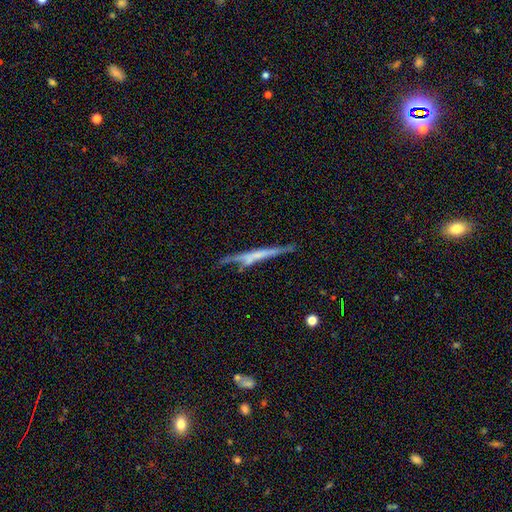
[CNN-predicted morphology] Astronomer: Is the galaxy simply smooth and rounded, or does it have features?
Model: featured or disk — 61%.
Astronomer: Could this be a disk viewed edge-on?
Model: yes — 91%.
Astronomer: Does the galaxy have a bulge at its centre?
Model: none — 65%.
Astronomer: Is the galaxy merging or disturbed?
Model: none — 60%.